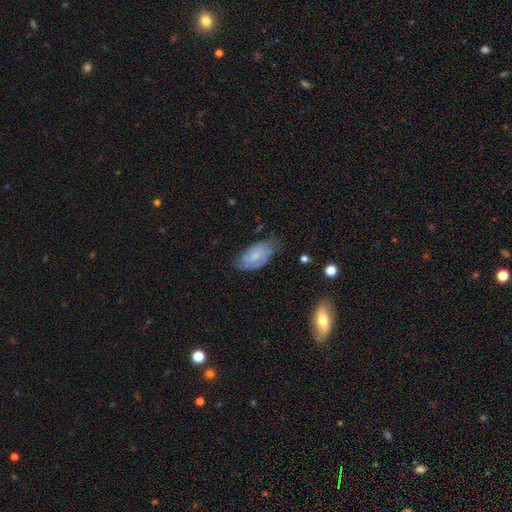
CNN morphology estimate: Overall: smooth (49%; featured or disk 43%). Merging: none (55%; minor disturbance 33%).